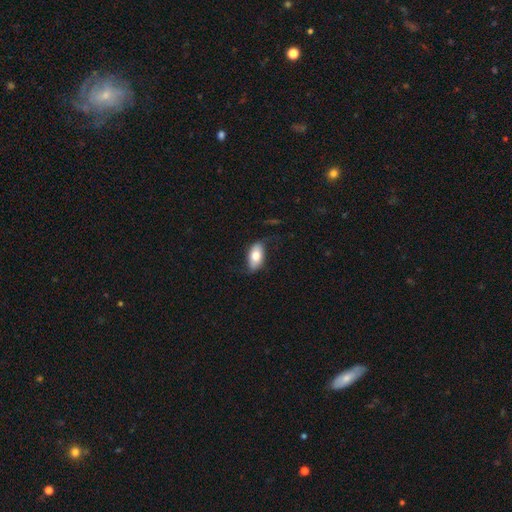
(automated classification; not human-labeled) smooth-or-featured: smooth: 68% | featured or disk: 26% | star or artifact: 6%
  how-rounded: in between: 92% | round: 4% | cigar-shaped: 4%
  merging: none: 67% | minor disturbance: 22% | major disturbance: 10% | merger: 1%